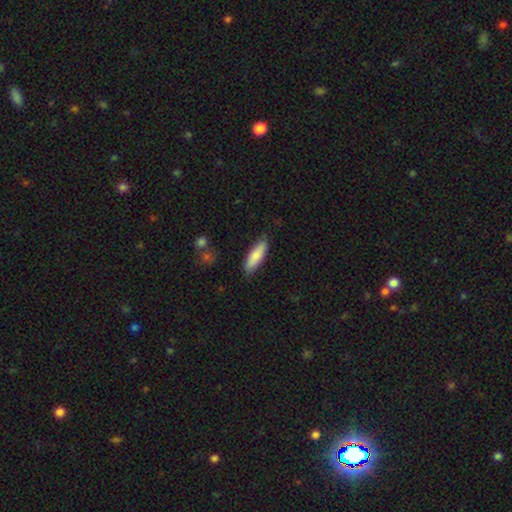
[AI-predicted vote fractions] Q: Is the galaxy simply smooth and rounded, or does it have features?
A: smooth — 80%.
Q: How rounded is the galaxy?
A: cigar-shaped — 55%.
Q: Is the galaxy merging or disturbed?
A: none — 84%.